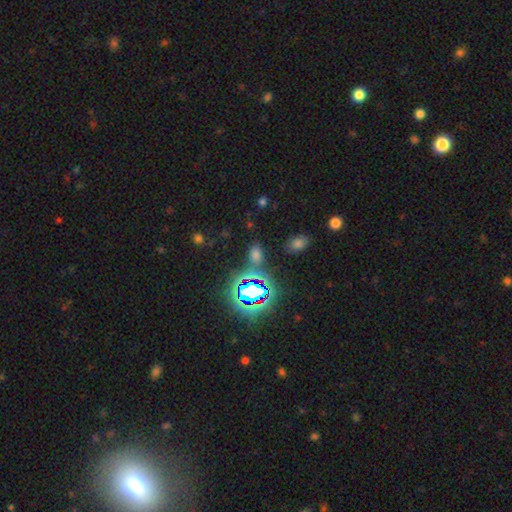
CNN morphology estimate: Overall: smooth (51%; star or artifact 42%). How rounded: in between (79%). Merging: none (76%).